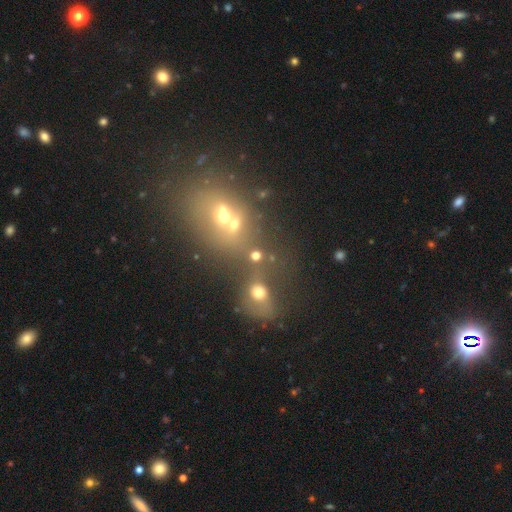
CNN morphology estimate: Smooth or featured? Predicted: smooth (p=0.64). How rounded? Predicted: round (p=0.74). Merging? Predicted: none (p=0.45).